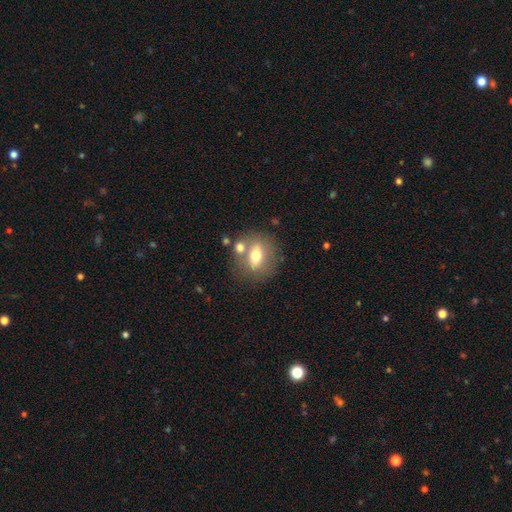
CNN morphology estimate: Smooth or featured?
  - smooth: 56% *
  - featured or disk: 35%
  - star or artifact: 9%
How rounded?
  - in between: 59% *
  - round: 35%
  - cigar-shaped: 6%
Merging?
  - none: 63% *
  - merger: 19%
  - minor disturbance: 13%
  - major disturbance: 6%